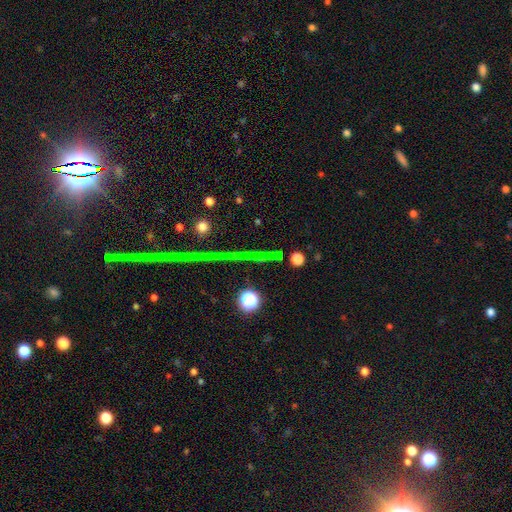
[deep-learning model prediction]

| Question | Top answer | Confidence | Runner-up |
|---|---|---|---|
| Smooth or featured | star or artifact | 71% | featured or disk (16%) |